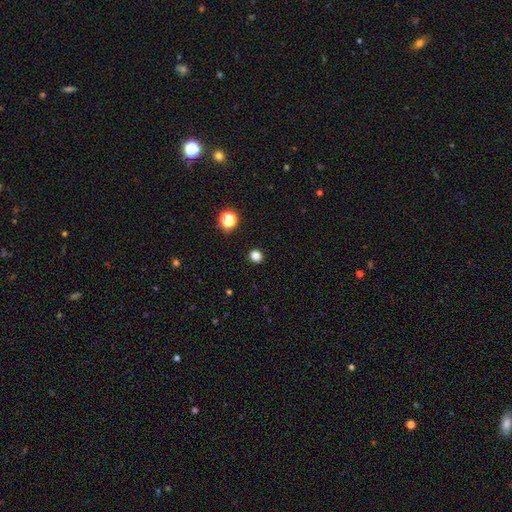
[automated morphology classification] The model was most divided on "smooth or featured": smooth: 82%, star or artifact: 15%, featured or disk: 3%. More confident: merging — none (92%); how rounded — round (91%).